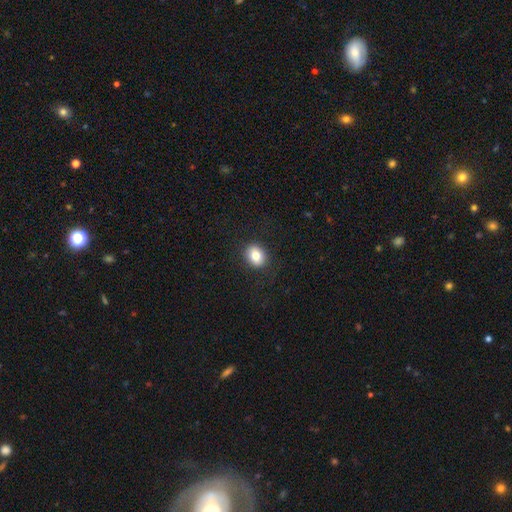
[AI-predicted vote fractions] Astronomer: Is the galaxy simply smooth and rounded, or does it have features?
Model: smooth — 80%.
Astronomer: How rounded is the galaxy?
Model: round — 58% (runner-up: in between, 41%).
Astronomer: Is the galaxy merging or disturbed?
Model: none — 89%.